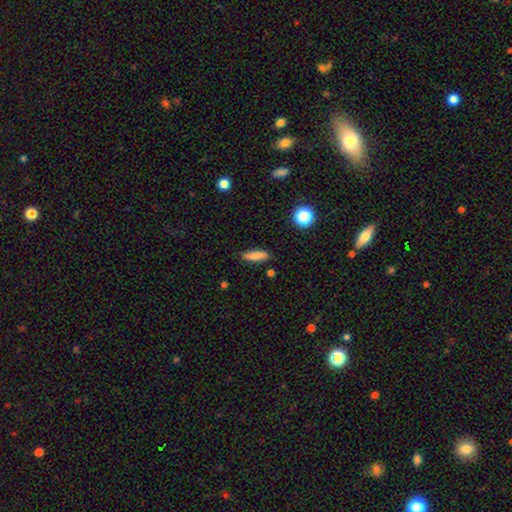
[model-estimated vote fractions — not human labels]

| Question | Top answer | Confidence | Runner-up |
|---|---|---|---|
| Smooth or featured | smooth | 83% | star or artifact (9%) |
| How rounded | cigar-shaped | 61% | in between (36%) |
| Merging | none | 85% | minor disturbance (11%) |